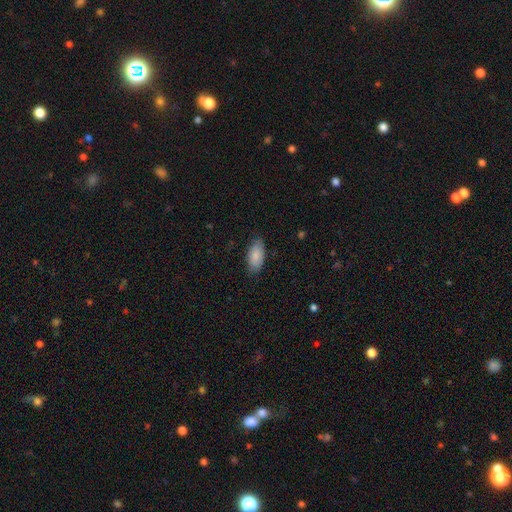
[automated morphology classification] smooth 85%, featured or disk 9%, star or artifact 6%. Down the decision tree: how rounded — in between (92%); merging — none (80%).